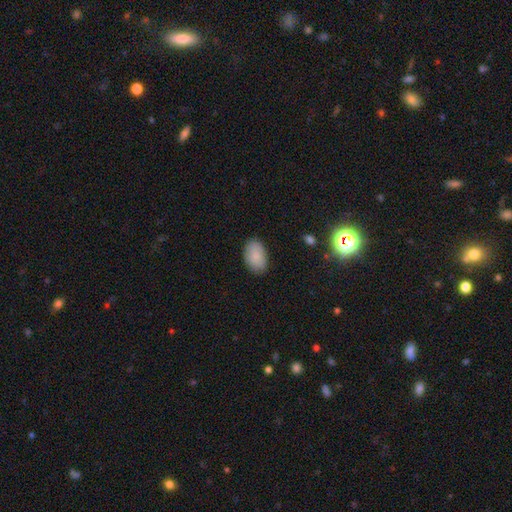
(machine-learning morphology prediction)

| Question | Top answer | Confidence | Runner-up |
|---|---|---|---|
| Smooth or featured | smooth | 85% | featured or disk (8%) |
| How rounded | in between | 91% | round (8%) |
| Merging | none | 84% | minor disturbance (13%) |